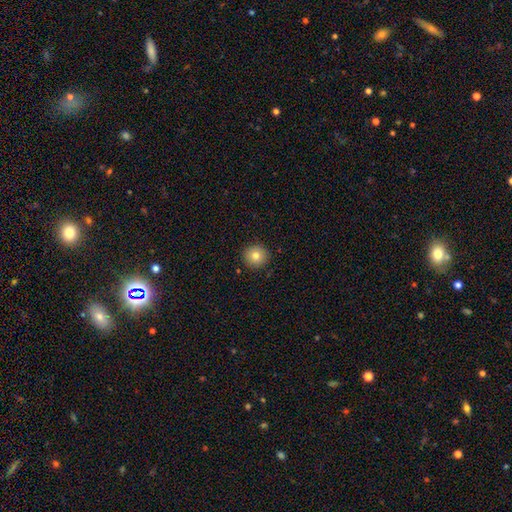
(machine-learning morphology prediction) This appears to be a smooth galaxy with no disk features (80%) that is round (94%). Merging: none (91%).